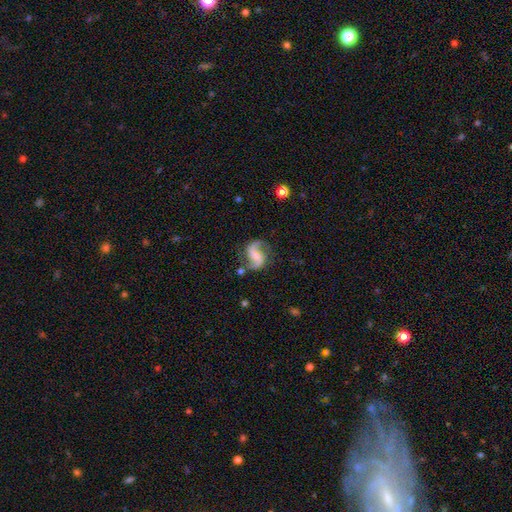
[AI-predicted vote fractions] A featured or disk galaxy (89%) with a weak bar (41%), 2 (93%) loose (50%) spiral arms (97%) and a small central bulge (37%). Merging: none (74%).